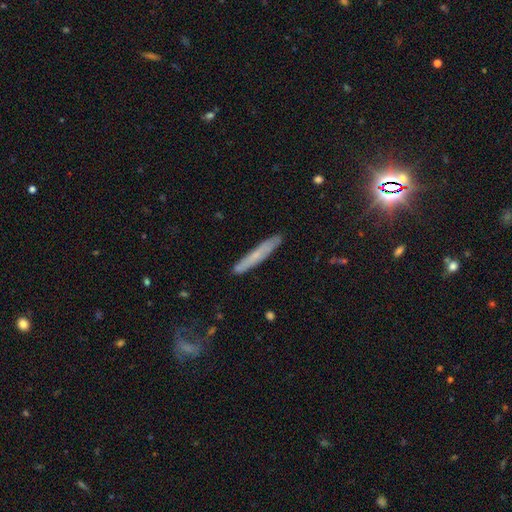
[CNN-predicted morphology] Smooth or featured? smooth (55%)
How rounded? cigar-shaped (94%)
Merging? none (86%)